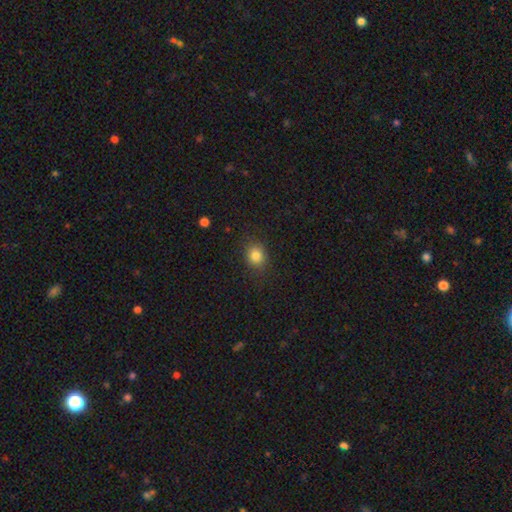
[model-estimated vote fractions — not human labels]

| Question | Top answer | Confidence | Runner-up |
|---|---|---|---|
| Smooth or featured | smooth | 83% | star or artifact (12%) |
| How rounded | round | 70% | in between (30%) |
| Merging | none | 85% | minor disturbance (10%) |